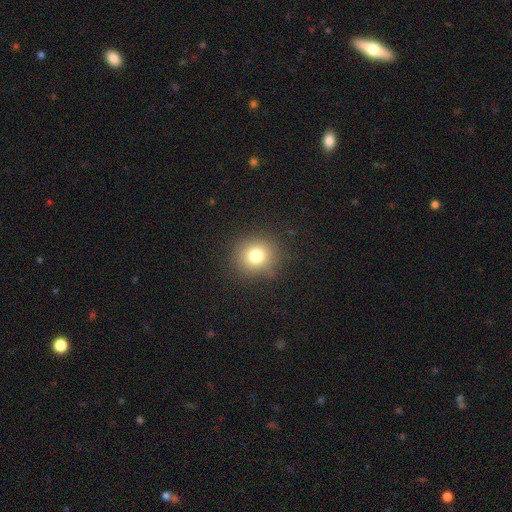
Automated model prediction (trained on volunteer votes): Overall: smooth (77%). How rounded: round (86%). Merging: none (85%).